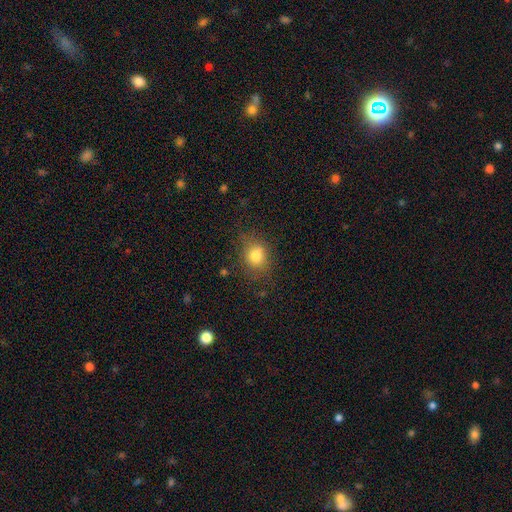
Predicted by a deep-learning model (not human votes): Overall: smooth (79%). How rounded: round (64%; in between 35%). Merging: none (75%).